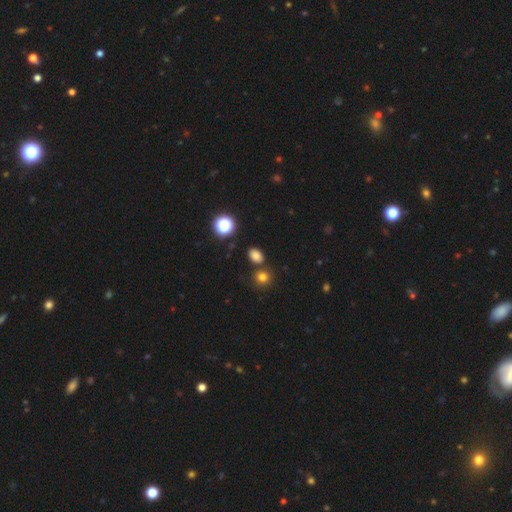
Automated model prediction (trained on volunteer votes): smooth-or-featured: smooth: 76% | star or artifact: 17% | featured or disk: 7%
  how-rounded: in between: 68% | round: 30% | cigar-shaped: 1%
  merging: none: 76% | merger: 11% | minor disturbance: 10% | major disturbance: 3%